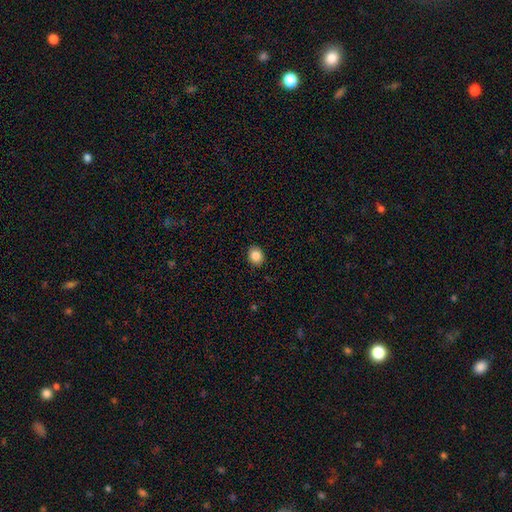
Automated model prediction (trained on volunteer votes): The model was most divided on "how rounded": round: 61%, in between: 38%, cigar-shaped: 1%. More confident: merging — none (89%); smooth or featured — smooth (86%).